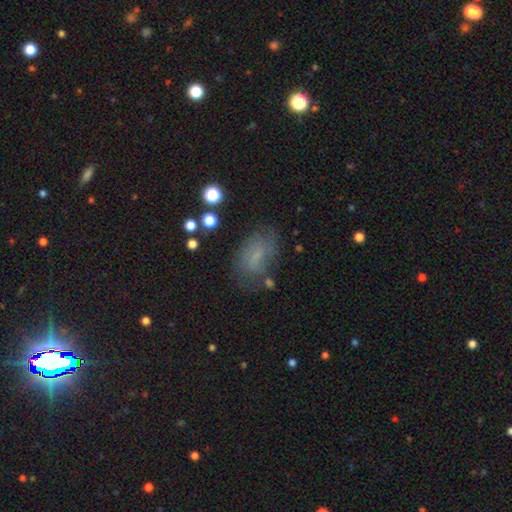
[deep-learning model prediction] smooth_or_featured: smooth (p=0.55) [alt: featured or disk p=0.29]
how_rounded: in between (p=0.87) [alt: round p=0.10]
merging: none (p=0.62) [alt: minor disturbance p=0.23]